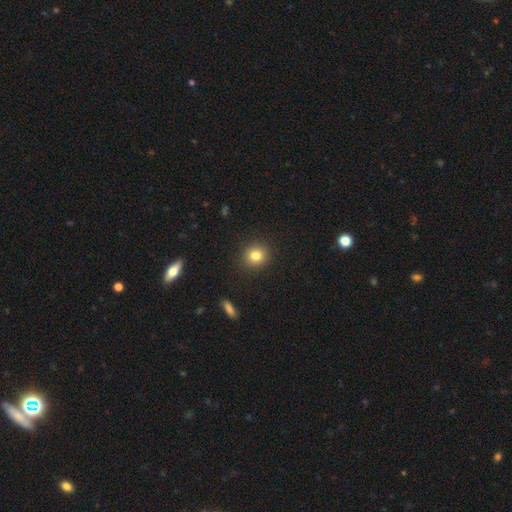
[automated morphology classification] smooth 82%, star or artifact 11%, featured or disk 7%. Down the decision tree: how rounded — round (86%); merging — none (91%).